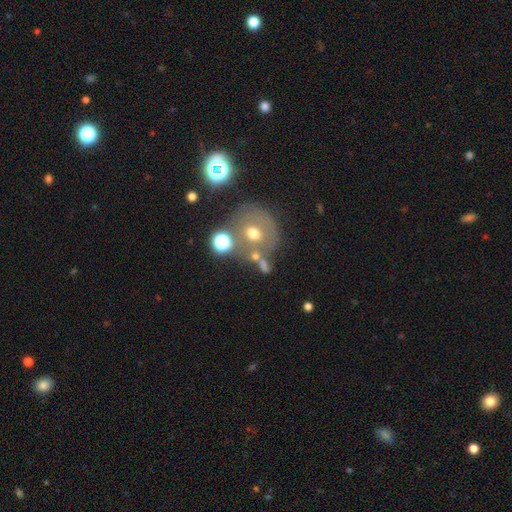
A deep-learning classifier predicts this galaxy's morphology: Smooth or featured? smooth (44%)
Merging? none (57%)